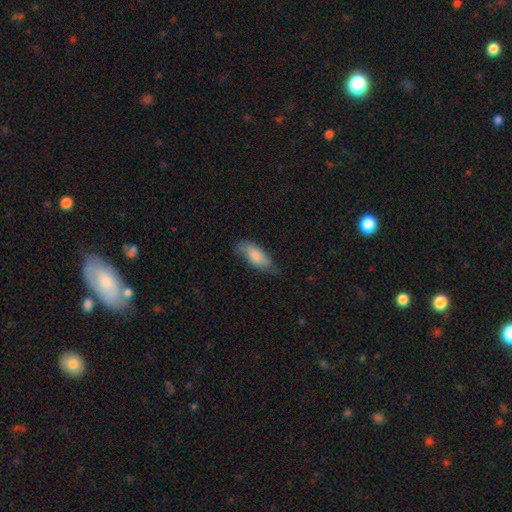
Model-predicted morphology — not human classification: Smooth or featured: smooth — 79% (featured or disk — 15%)
How rounded: in between — 79% (cigar-shaped — 19%)
Merging: none — 58% (minor disturbance — 31%)